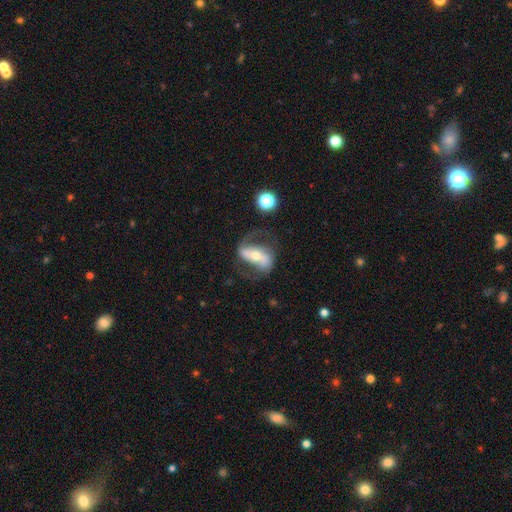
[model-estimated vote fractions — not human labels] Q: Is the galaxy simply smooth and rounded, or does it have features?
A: featured or disk — 80%.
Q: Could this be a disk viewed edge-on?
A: no — 94%.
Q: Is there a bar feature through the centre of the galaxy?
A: strong — 53%.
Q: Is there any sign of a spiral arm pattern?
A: yes — 91%.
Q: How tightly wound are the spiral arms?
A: loose — 45%.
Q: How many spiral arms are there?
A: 2 — 88%.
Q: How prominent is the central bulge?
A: moderate — 49%.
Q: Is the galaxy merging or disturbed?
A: none — 63%.